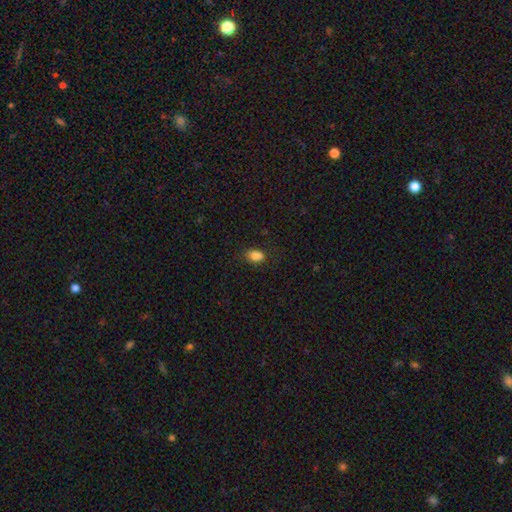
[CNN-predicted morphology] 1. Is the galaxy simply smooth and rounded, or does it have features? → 85% smooth, 11% star or artifact, 4% featured or disk.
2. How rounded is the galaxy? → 83% in between, 16% round, 2% cigar-shaped.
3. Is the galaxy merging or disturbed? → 77% none, 17% minor disturbance, 5% major disturbance, 2% merger.